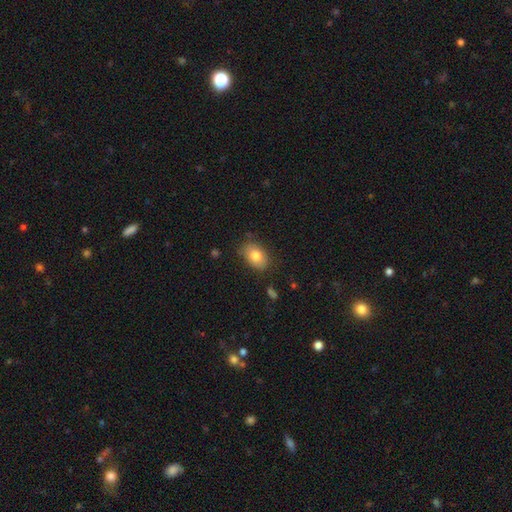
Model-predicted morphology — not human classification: smooth 79%, featured or disk 13%, star or artifact 8%. Down the decision tree: how rounded — in between (85%); merging — none (77%).